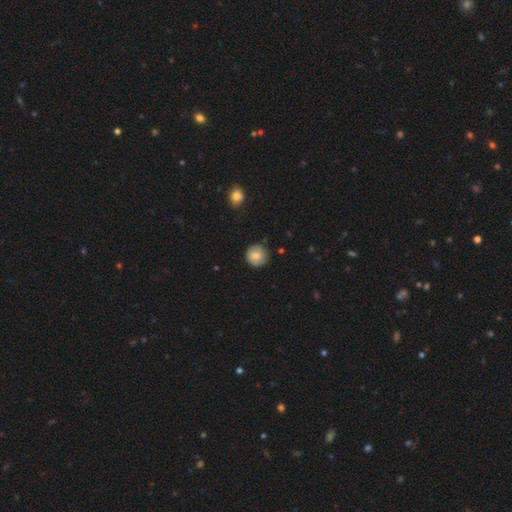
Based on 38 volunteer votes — A smooth galaxy with no disk features (87%) that is round (97%).

Vote fractions:
- Smooth or featured? smooth: 87% / star or artifact: 8% / featured or disk: 5%
- How rounded? round: 97% / in between: 3% / cigar-shaped: 0%
- Merging? none: 86% / minor disturbance: 11% / major disturbance: 3% / merger: 0%